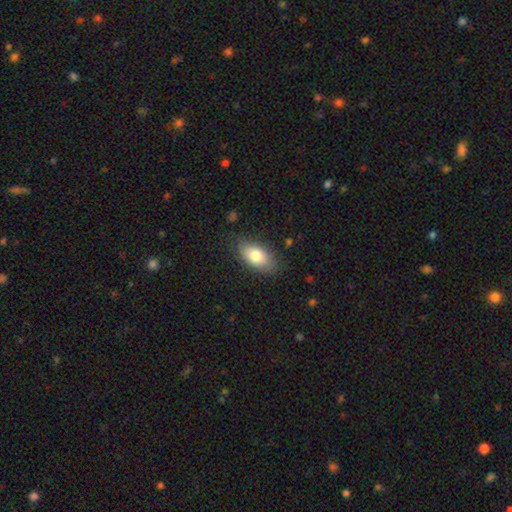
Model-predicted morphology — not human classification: smooth 78%, featured or disk 15%, star or artifact 7%. Down the decision tree: how rounded — in between (91%); merging — none (80%).